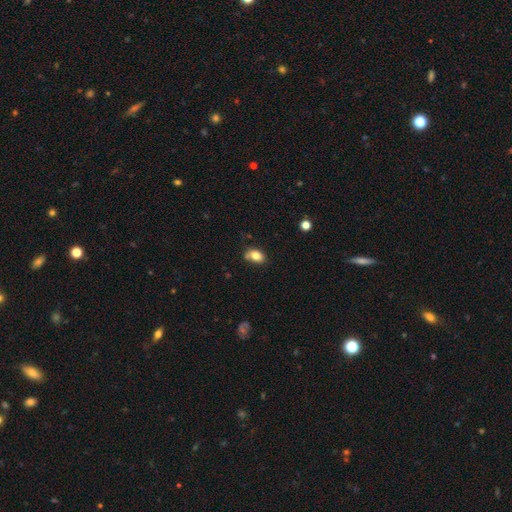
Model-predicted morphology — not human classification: Smooth or featured: smooth — 80% (featured or disk — 11%)
How rounded: in between — 82% (round — 16%)
Merging: none — 58% (minor disturbance — 29%)